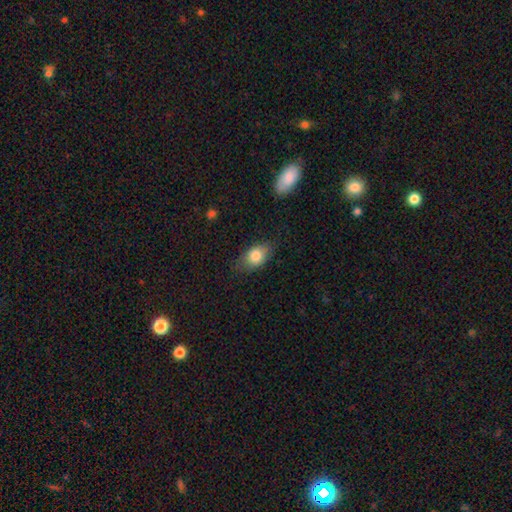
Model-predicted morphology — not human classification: smooth-or-featured: smooth: 80% | featured or disk: 13% | star or artifact: 8%
  how-rounded: in between: 85% | round: 12% | cigar-shaped: 3%
  merging: none: 76% | minor disturbance: 19% | major disturbance: 4% | merger: 1%